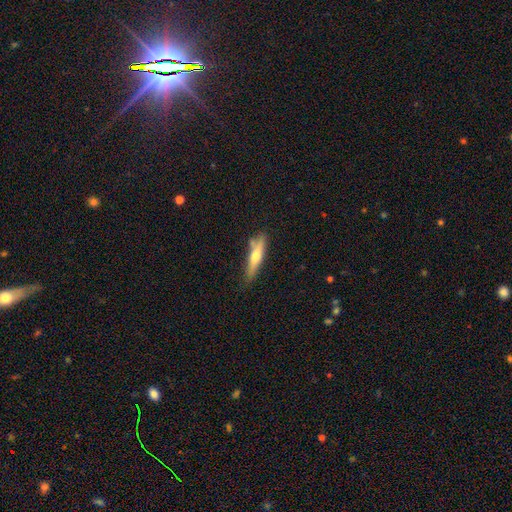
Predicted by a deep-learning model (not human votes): Smooth or featured?
  - smooth: 51% *
  - featured or disk: 43%
  - star or artifact: 6%
How rounded?
  - cigar-shaped: 84% *
  - in between: 14%
  - round: 2%
Merging?
  - none: 70% *
  - minor disturbance: 19%
  - merger: 7%
  - major disturbance: 4%